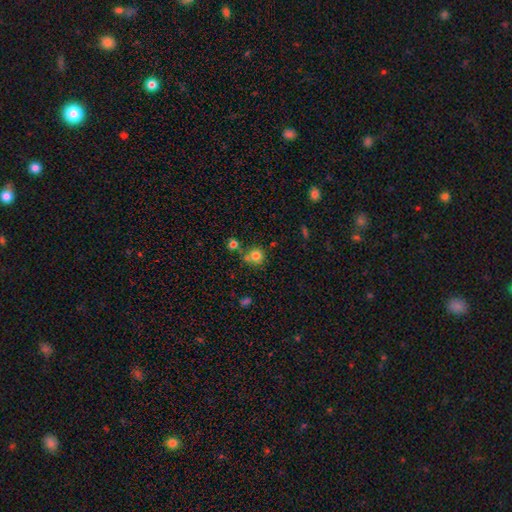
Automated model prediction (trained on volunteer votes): The model was most divided on "merging": none: 64%, merger: 21%, minor disturbance: 11%, major disturbance: 4%. More confident: how rounded — round (89%); smooth or featured — smooth (79%).